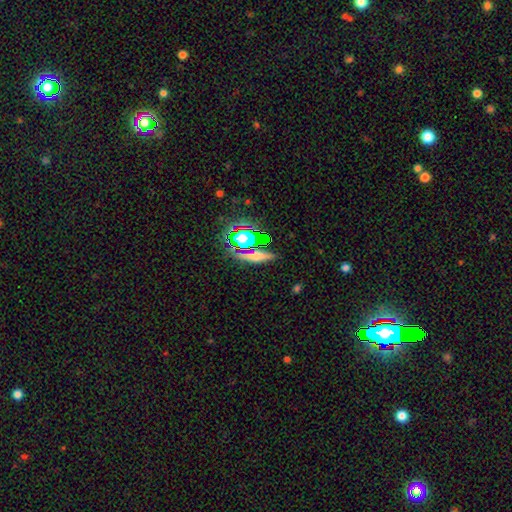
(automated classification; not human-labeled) The model was most divided on "smooth or featured": smooth: 46%, featured or disk: 30%, star or artifact: 25%. More confident: merging — none (80%).